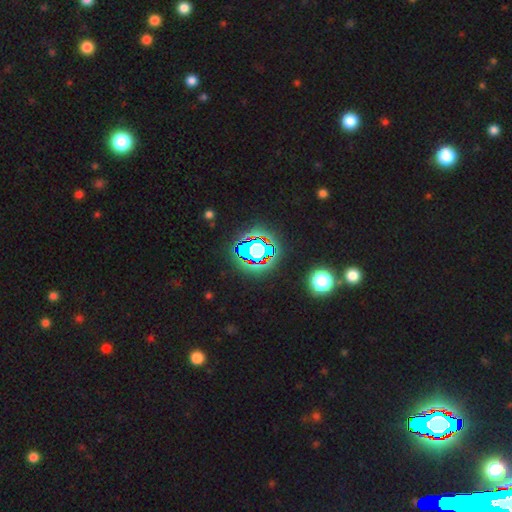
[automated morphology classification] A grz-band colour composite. It shows a star or artifact, not a galaxy (78%).